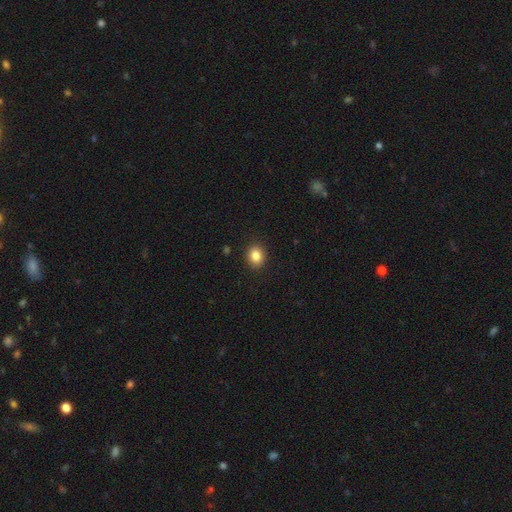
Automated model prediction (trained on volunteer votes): Smooth or featured? Predicted: smooth (p=0.85). How rounded? Predicted: round (p=0.62). Merging? Predicted: none (p=0.91).